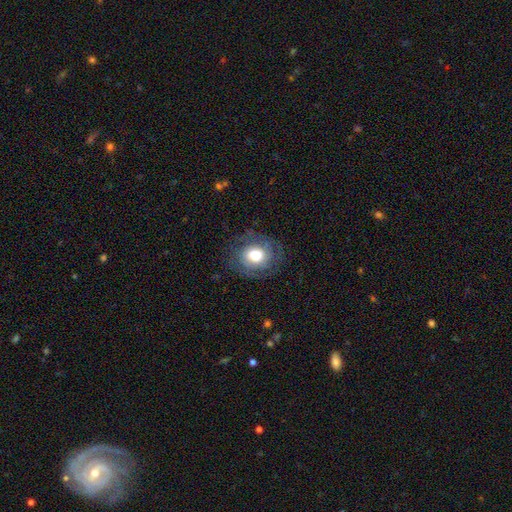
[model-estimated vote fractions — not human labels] Smooth or featured: featured or disk — 45% (tied with smooth — 45%)
Merging: none — 75% (minor disturbance — 15%)